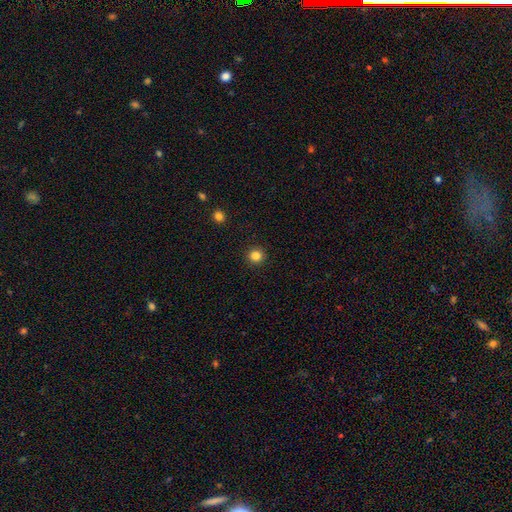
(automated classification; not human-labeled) A smooth galaxy with no disk features (84%) that is round (94%).

Vote fractions:
- Smooth or featured? smooth: 84% / star or artifact: 12% / featured or disk: 4%
- How rounded? round: 94% / in between: 5% / cigar-shaped: 1%
- Merging? none: 93% / minor disturbance: 4% / major disturbance: 2% / merger: 1%